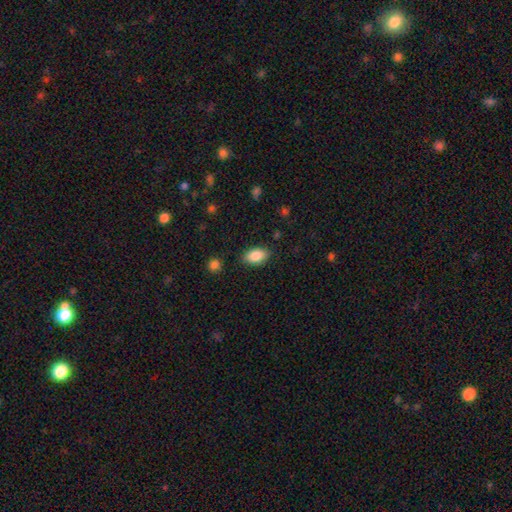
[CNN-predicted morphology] A smooth galaxy with no disk features (87%) that is in between round and cigar-shaped (92%). Merging: none (86%).